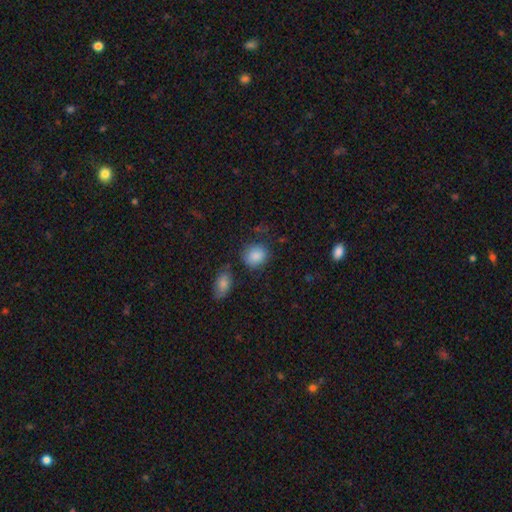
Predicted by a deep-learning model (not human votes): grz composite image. It shows a smooth galaxy with no disk features (87%) that is round (74%). Merging: none (75%).